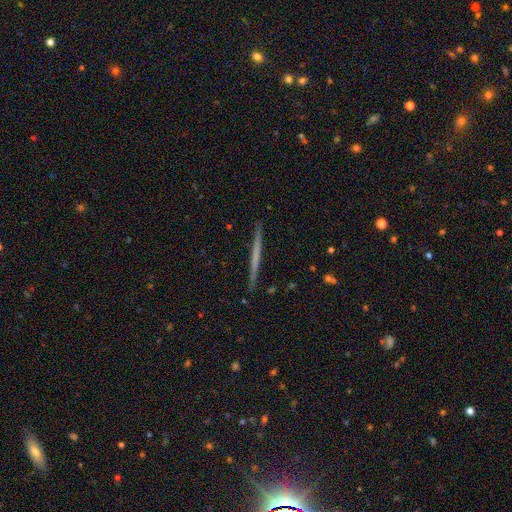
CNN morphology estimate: Q: Smooth or featured?
A: featured or disk (51%); runner-up: smooth (44%)
Q: Edge-on disk?
A: yes (98%); runner-up: no (2%)
Q: Merging?
A: none (92%); runner-up: minor disturbance (6%)